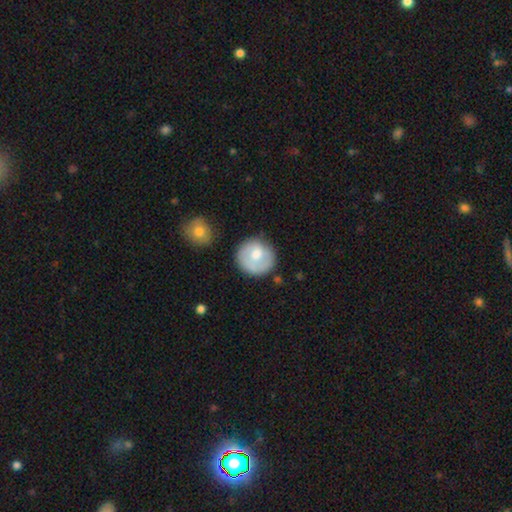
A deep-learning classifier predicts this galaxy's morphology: smooth 68%, featured or disk 26%, star or artifact 6%. Down the decision tree: how rounded — round (90%); merging — none (73%).